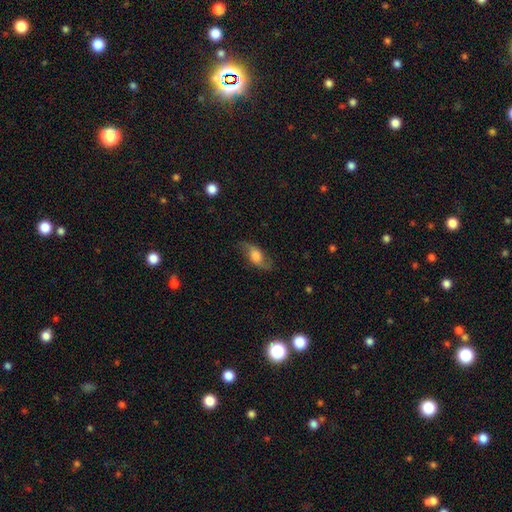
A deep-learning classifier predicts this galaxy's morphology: Q: Smooth or featured?
A: featured or disk (56%); runner-up: smooth (36%)
Q: Edge-on disk?
A: no (82%); runner-up: yes (18%)
Q: Merging?
A: none (76%); runner-up: minor disturbance (16%)